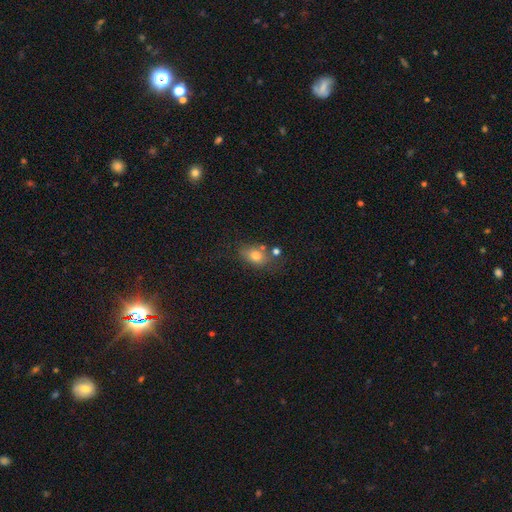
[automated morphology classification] This is likely a smooth galaxy (75%). How rounded: likely in between (73%). Merging: possibly none (58%).